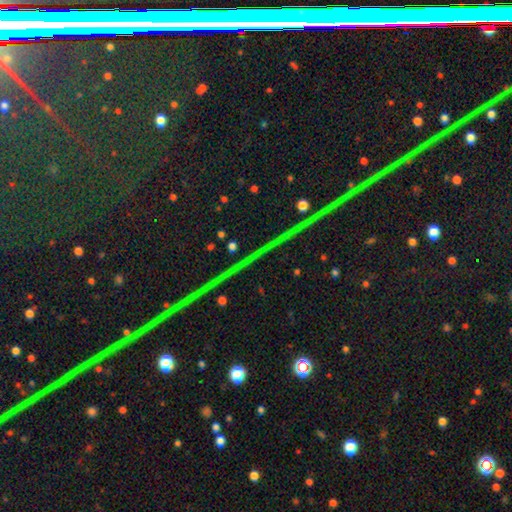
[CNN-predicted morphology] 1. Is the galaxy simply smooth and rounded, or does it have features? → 86% star or artifact, 8% featured or disk, 6% smooth.